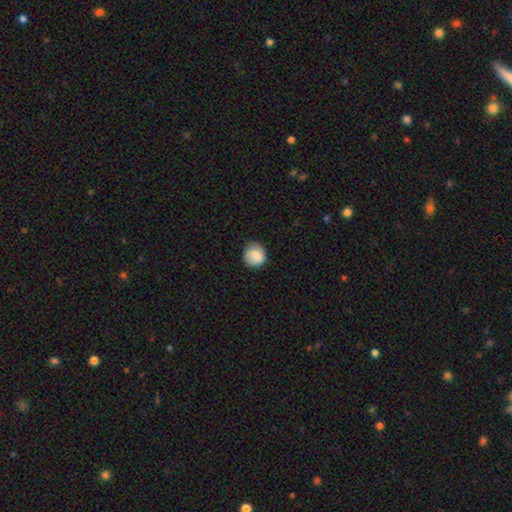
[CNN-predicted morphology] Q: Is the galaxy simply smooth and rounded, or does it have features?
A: smooth — 82%.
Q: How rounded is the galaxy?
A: round — 90%.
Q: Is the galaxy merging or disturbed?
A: none — 76%.